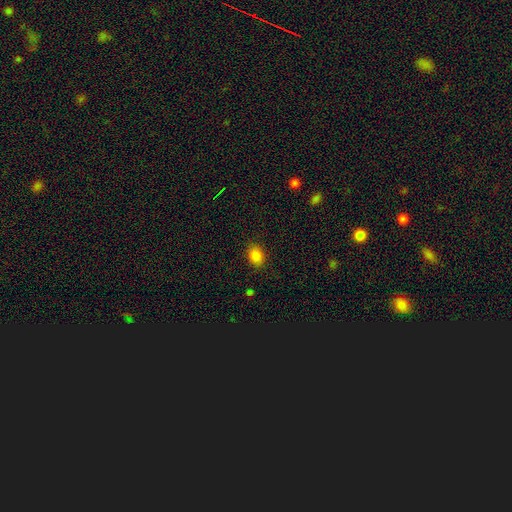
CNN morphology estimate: Smooth or featured? smooth (85%)
How rounded? in between (73%)
Merging? none (87%)